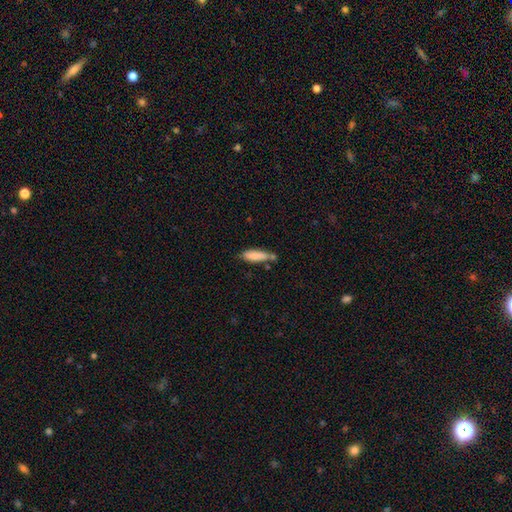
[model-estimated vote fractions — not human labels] smooth 82%, featured or disk 11%, star or artifact 7%. Down the decision tree: how rounded — cigar-shaped (54%); merging — none (48%).